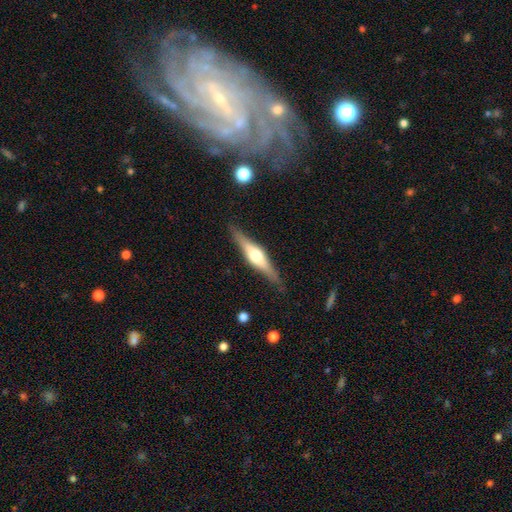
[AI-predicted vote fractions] Smooth or featured?
  - featured or disk: 70% *
  - smooth: 25%
  - star or artifact: 5%
Edge-on disk?
  - yes: 96% *
  - no: 4%
Edge-on bulge?
  - rounded: 91% *
  - boxy: 7%
  - none: 2%
Merging?
  - none: 87% *
  - minor disturbance: 9%
  - major disturbance: 2%
  - merger: 1%